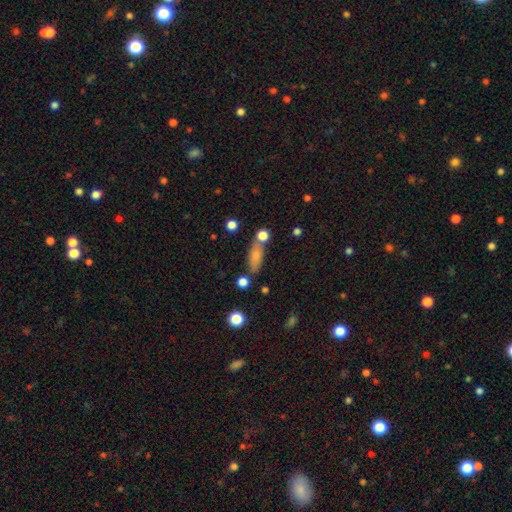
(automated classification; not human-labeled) Smooth or featured? Predicted: smooth (p=0.79). How rounded? Predicted: in between (p=0.63). Merging? Predicted: none (p=0.66).